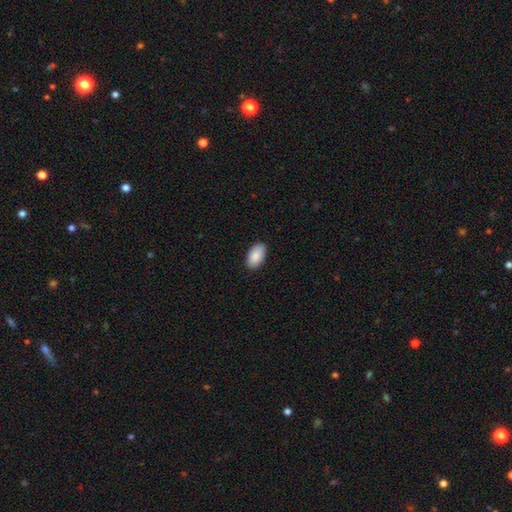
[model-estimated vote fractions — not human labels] Smooth or featured? smooth (90%)
How rounded? in between (96%)
Merging? none (88%)